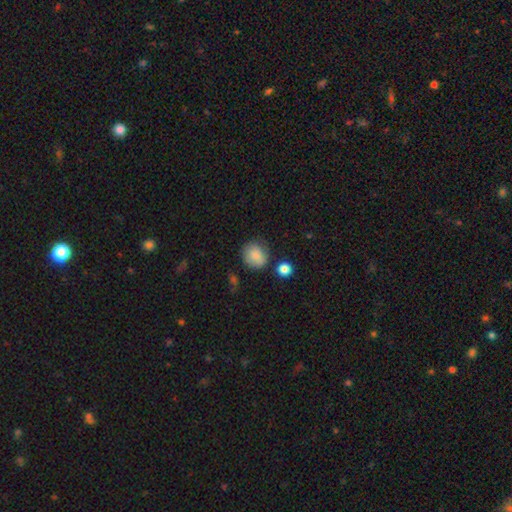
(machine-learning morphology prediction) smooth-or-featured: smooth: 84% | star or artifact: 9% | featured or disk: 7%
  how-rounded: round: 70% | in between: 29% | cigar-shaped: 1%
  merging: none: 70% | minor disturbance: 20% | major disturbance: 5% | merger: 4%